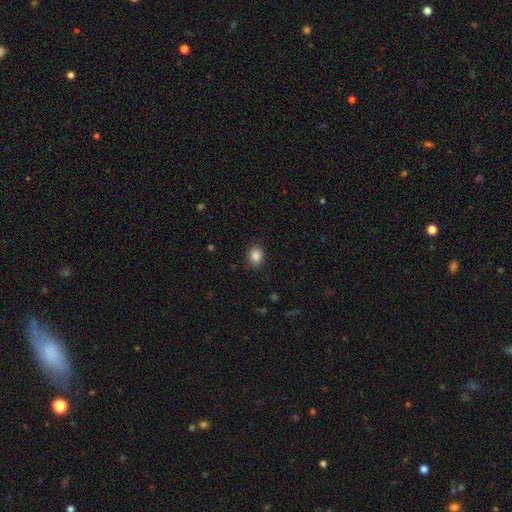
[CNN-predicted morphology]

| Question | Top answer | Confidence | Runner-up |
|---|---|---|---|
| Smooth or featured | smooth | 87% | star or artifact (10%) |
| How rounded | round | 51% | in between (48%) |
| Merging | none | 89% | minor disturbance (8%) |